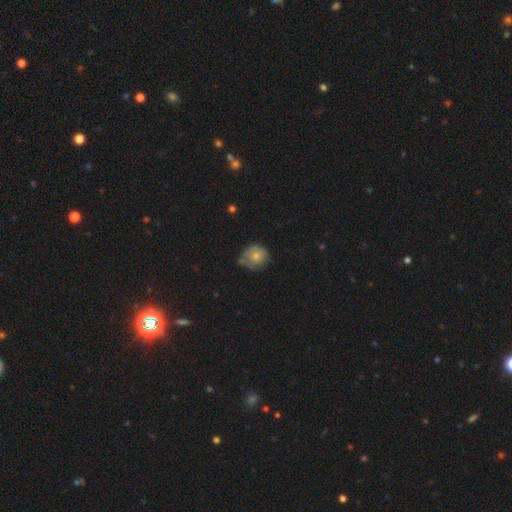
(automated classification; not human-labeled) Overall: smooth (70%). How rounded: round (75%). Merging: none (47%; minor disturbance 36%).